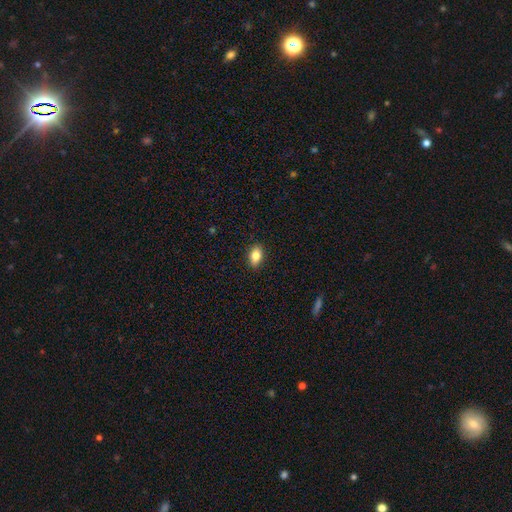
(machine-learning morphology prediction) Q: Smooth or featured?
A: smooth (84%); runner-up: featured or disk (8%)
Q: How rounded?
A: in between (86%); runner-up: round (11%)
Q: Merging?
A: none (89%); runner-up: minor disturbance (8%)